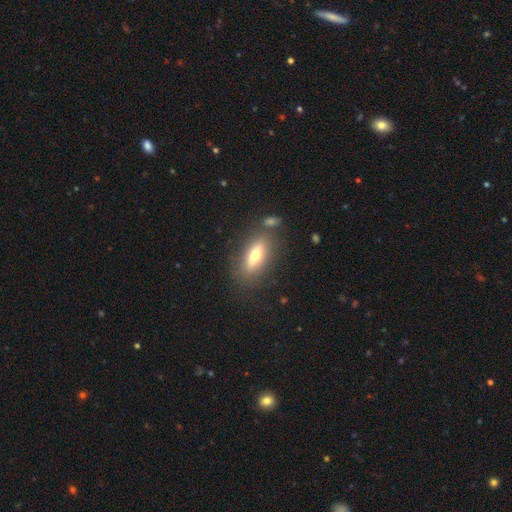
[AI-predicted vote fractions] smooth_or_featured: smooth (p=0.54) [alt: featured or disk p=0.38]
how_rounded: in between (p=0.62) [alt: cigar-shaped p=0.33]
merging: none (p=0.78) [alt: minor disturbance p=0.11]